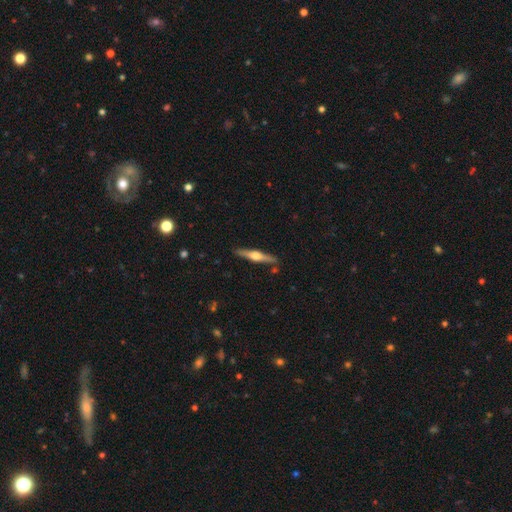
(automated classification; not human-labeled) featured or disk 69%, smooth 26%, star or artifact 5%. Down the decision tree: edge-on disk — yes (98%); edge-on bulge — rounded (93%); merging — none (89%).